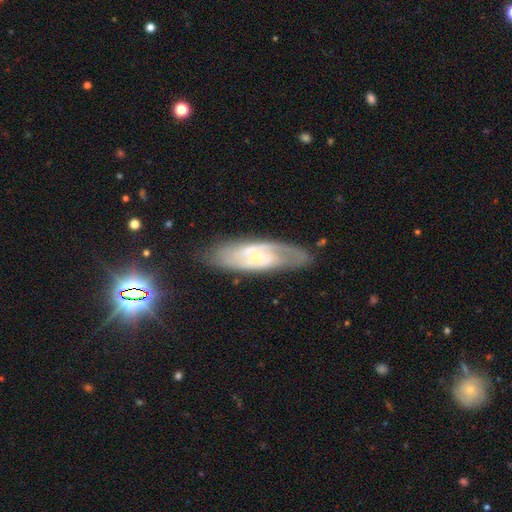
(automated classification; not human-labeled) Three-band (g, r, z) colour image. It shows a featured or disk galaxy (78%) with a weak bar (46%), 2 (66%) medium (46%) spiral arms (91%) and a small central bulge (69%). Merging: none (75%).